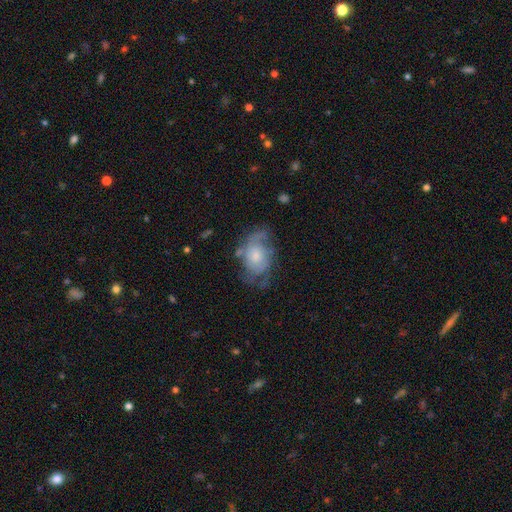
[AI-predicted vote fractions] Morphology: type=featured or disk (61%); edge-on=no (96%); bar=no (77%); spiral arms=yes (73%); bulge=small (42%); merging=none (48%).